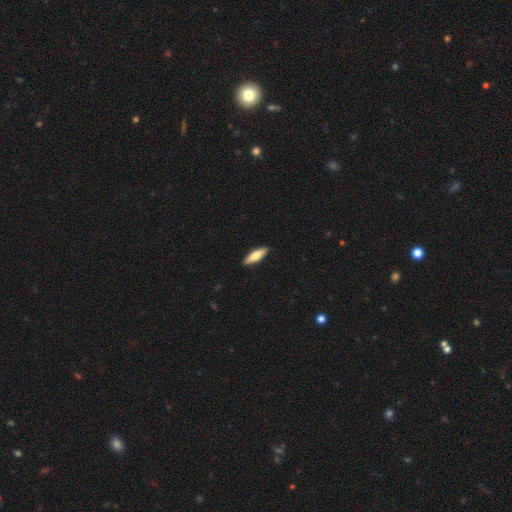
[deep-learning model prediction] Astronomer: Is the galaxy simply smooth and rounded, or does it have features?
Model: smooth — 65%.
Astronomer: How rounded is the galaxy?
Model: cigar-shaped — 54% (runner-up: in between, 44%).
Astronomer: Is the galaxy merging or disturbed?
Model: none — 91%.